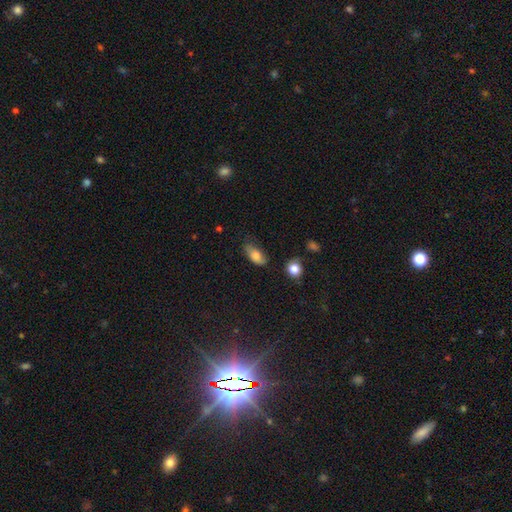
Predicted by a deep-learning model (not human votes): This appears to be a smooth galaxy with no disk features (78%) that is in between round and cigar-shaped (87%). Merging: none (61%).